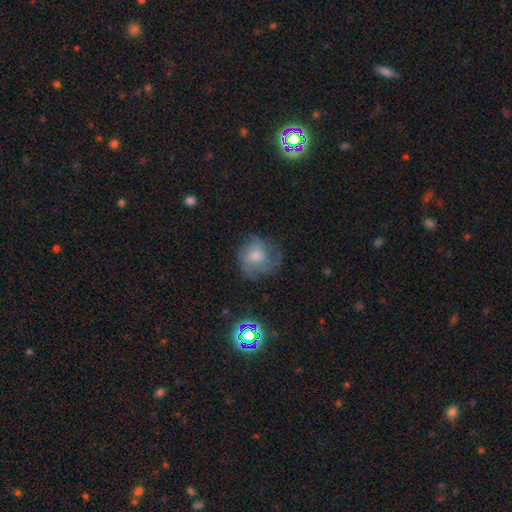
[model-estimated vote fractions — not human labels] Smooth or featured? Predicted: featured or disk (p=0.51). Edge-on disk? Predicted: no (p=0.97). Merging? Predicted: none (p=0.62).